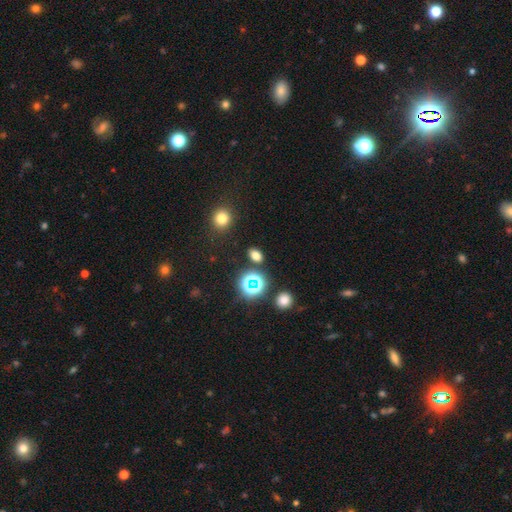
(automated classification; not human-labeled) Morphology: type=smooth (66%); roundness=in between (75%); merging=none (85%).